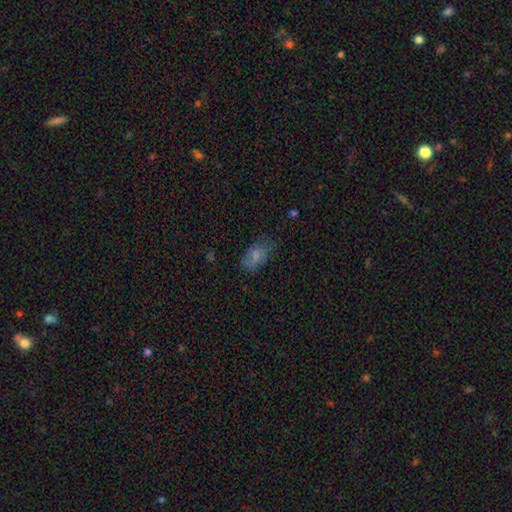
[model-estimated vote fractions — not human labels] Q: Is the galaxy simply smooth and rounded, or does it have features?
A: smooth — 70%.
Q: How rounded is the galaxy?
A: in between — 90%.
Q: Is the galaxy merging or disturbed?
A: none — 55%.